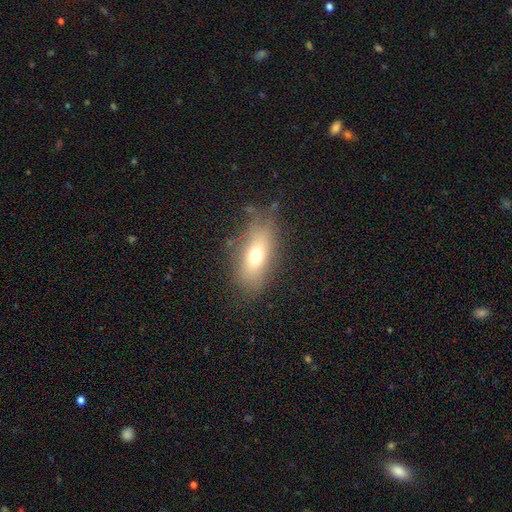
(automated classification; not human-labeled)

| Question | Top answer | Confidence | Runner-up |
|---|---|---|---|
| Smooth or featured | smooth | 65% | featured or disk (25%) |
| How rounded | in between | 75% | cigar-shaped (17%) |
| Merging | none | 72% | minor disturbance (18%) |